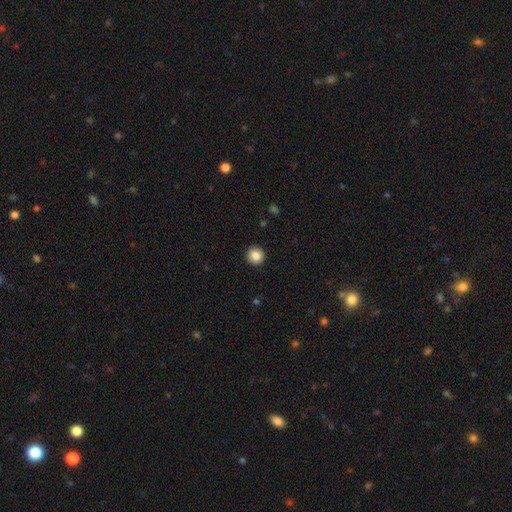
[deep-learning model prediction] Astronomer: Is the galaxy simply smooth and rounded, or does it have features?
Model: smooth — 87%.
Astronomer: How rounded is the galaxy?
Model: round — 94%.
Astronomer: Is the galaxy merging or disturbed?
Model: none — 93%.